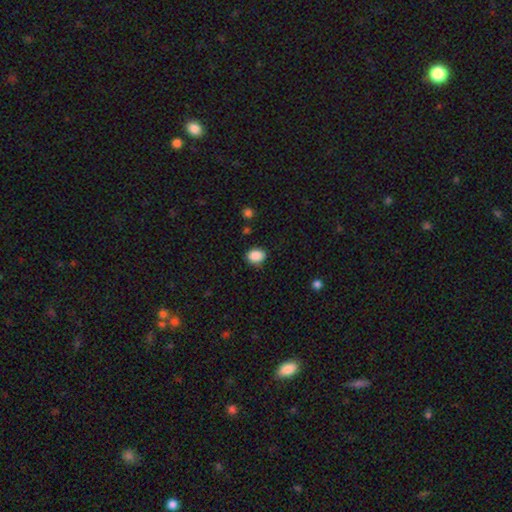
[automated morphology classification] Overall: smooth (88%). How rounded: in between (55%; round 44%). Merging: none (84%).